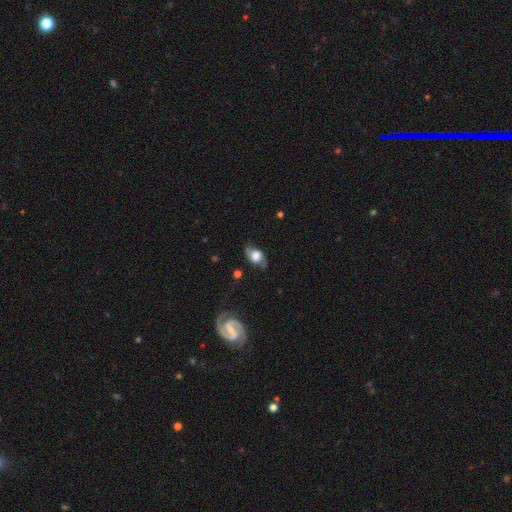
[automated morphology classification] featured or disk 54%, smooth 37%, star or artifact 9%. Down the decision tree: edge-on disk — no (87%); merging — none (67%).